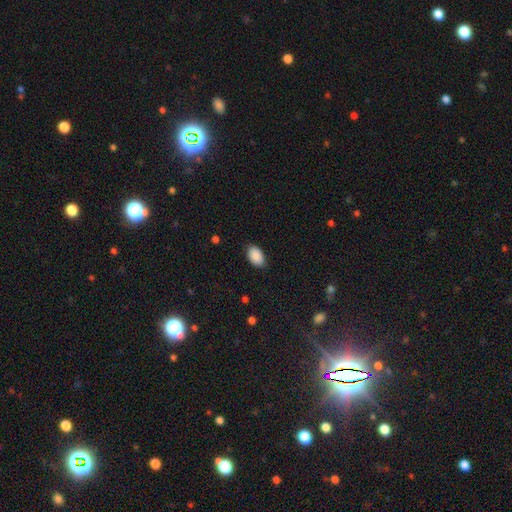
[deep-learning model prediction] Smooth or featured?
  - smooth: 90% *
  - star or artifact: 7%
  - featured or disk: 3%
How rounded?
  - in between: 92% *
  - round: 6%
  - cigar-shaped: 1%
Merging?
  - none: 87% *
  - minor disturbance: 10%
  - major disturbance: 2%
  - merger: 1%